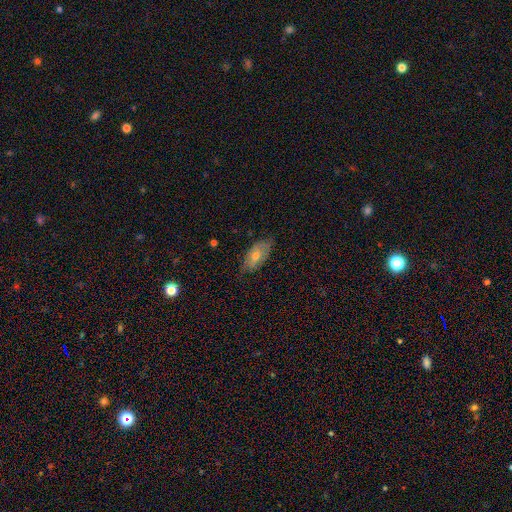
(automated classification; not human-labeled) Smooth or featured: smooth — 51% (featured or disk — 40%)
How rounded: in between — 88% (cigar-shaped — 8%)
Merging: none — 73% (minor disturbance — 22%)